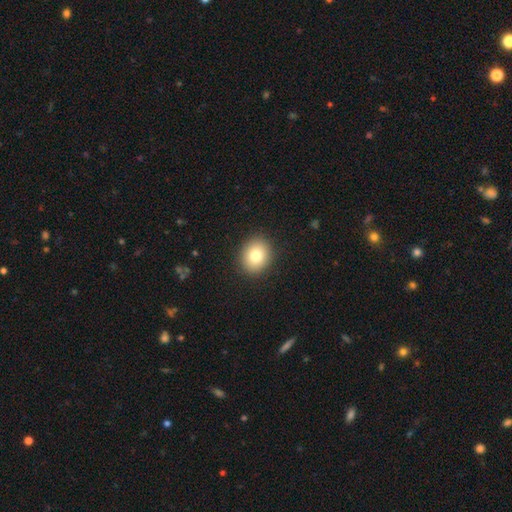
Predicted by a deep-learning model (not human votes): Q: Smooth or featured?
A: smooth (80%); runner-up: featured or disk (10%)
Q: How rounded?
A: round (61%); runner-up: in between (38%)
Q: Merging?
A: none (90%); runner-up: minor disturbance (7%)